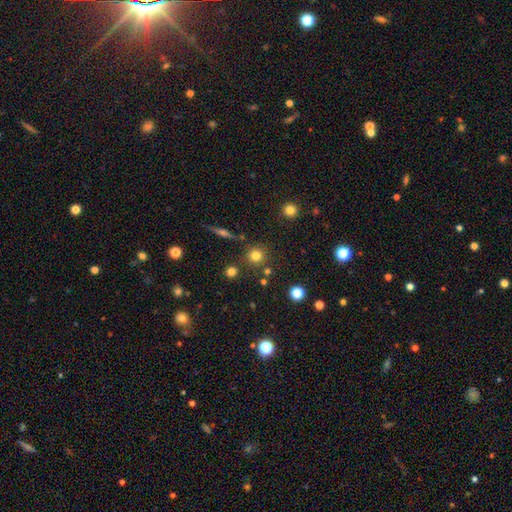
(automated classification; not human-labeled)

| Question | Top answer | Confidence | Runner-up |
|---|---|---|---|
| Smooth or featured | smooth | 78% | star or artifact (14%) |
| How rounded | round | 93% | in between (5%) |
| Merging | none | 84% | minor disturbance (7%) |